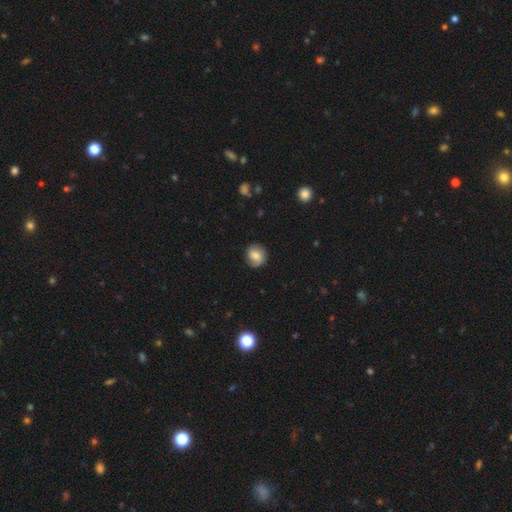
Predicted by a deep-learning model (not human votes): Smooth or featured? smooth (64%)
How rounded? round (82%)
Merging? none (82%)